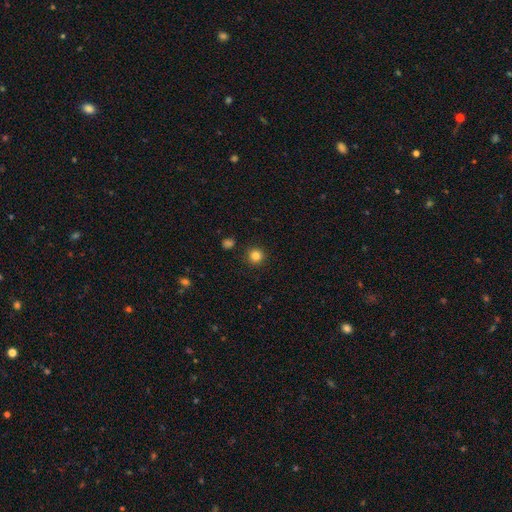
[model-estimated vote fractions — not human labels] Q: Smooth or featured?
A: smooth (83%); runner-up: star or artifact (12%)
Q: How rounded?
A: round (94%); runner-up: in between (5%)
Q: Merging?
A: none (91%); runner-up: minor disturbance (5%)